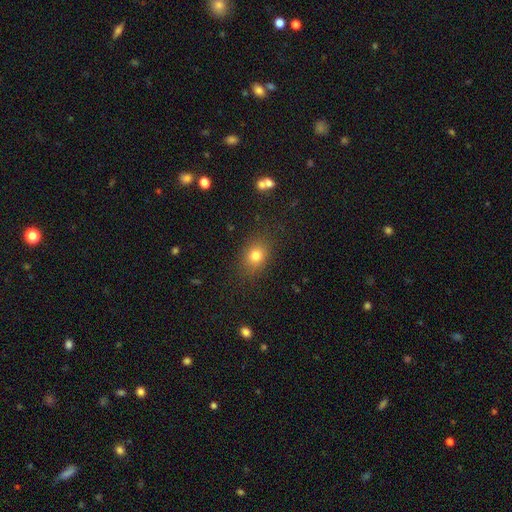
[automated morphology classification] smooth 77%, star or artifact 14%, featured or disk 9%. Down the decision tree: how rounded — round (51%); merging — none (84%).